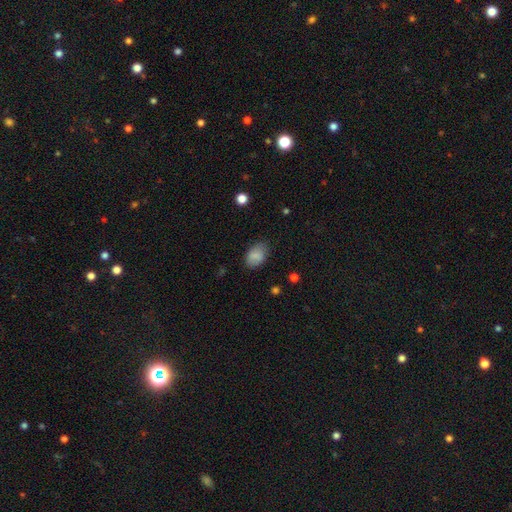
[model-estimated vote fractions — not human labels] smooth-or-featured: smooth: 83% | featured or disk: 9% | star or artifact: 8%
  how-rounded: in between: 87% | round: 12% | cigar-shaped: 1%
  merging: none: 73% | minor disturbance: 21% | major disturbance: 5% | merger: 1%